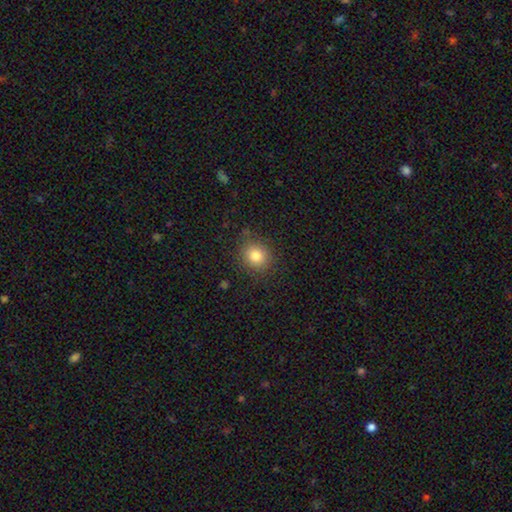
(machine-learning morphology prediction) Smooth or featured?
  - smooth: 81% *
  - star or artifact: 12%
  - featured or disk: 8%
How rounded?
  - round: 82% *
  - in between: 17%
  - cigar-shaped: 1%
Merging?
  - none: 83% *
  - minor disturbance: 12%
  - major disturbance: 4%
  - merger: 1%